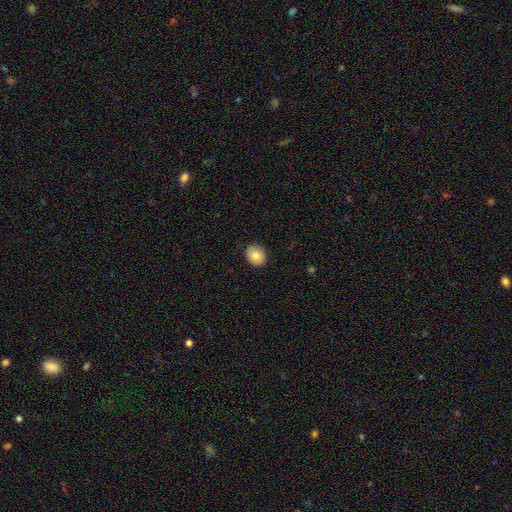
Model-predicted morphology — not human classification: This is clearly a smooth galaxy (82%). How rounded: likely round (60%). Merging: clearly none (88%).